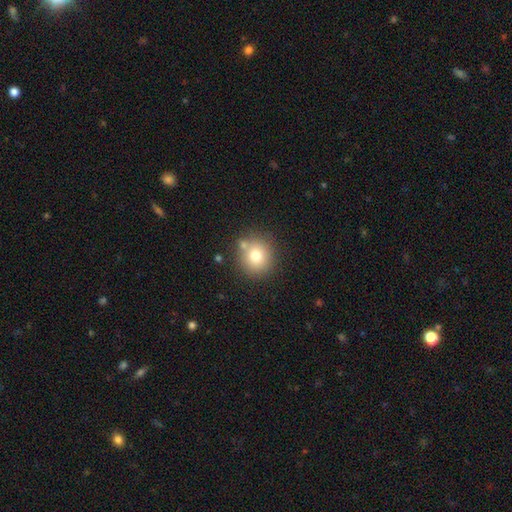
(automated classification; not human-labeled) This appears to be a smooth galaxy with no disk features (74%) that is round (89%). Merging: none (74%).